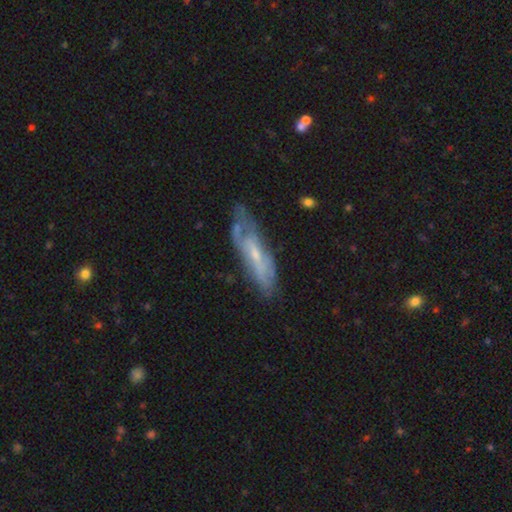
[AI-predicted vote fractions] Smooth or featured? Predicted: featured or disk (p=0.63). Edge-on disk? Predicted: no (p=0.64). Merging? Predicted: none (p=0.56).